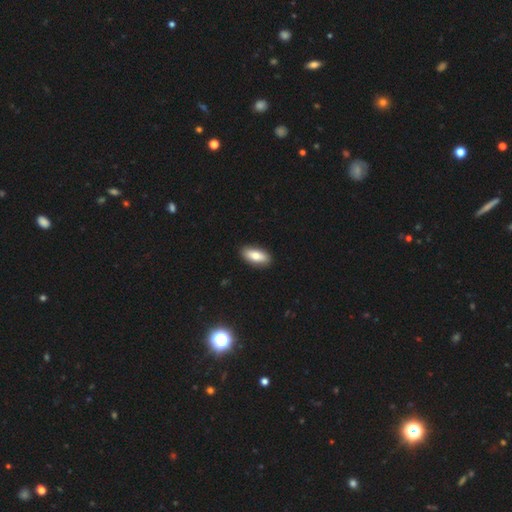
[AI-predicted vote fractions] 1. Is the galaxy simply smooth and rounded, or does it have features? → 78% smooth, 16% featured or disk, 6% star or artifact.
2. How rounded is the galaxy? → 86% in between, 12% cigar-shaped, 2% round.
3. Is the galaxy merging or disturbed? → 90% none, 8% minor disturbance, 2% major disturbance, 1% merger.